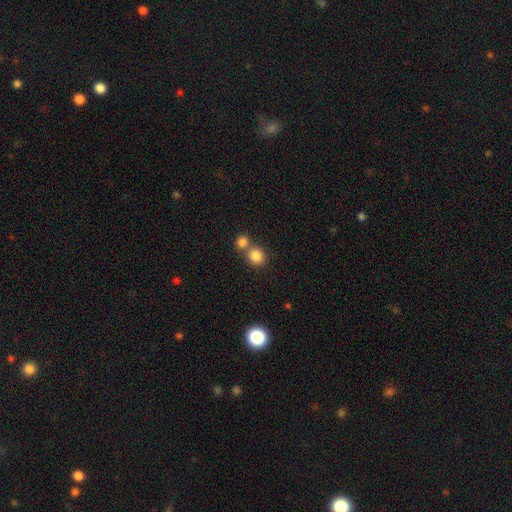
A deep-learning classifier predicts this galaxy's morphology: smooth_or_featured: smooth (p=0.83) [alt: star or artifact p=0.10]
how_rounded: round (p=0.79) [alt: in between p=0.20]
merging: none (p=0.48) [alt: merger p=0.42]